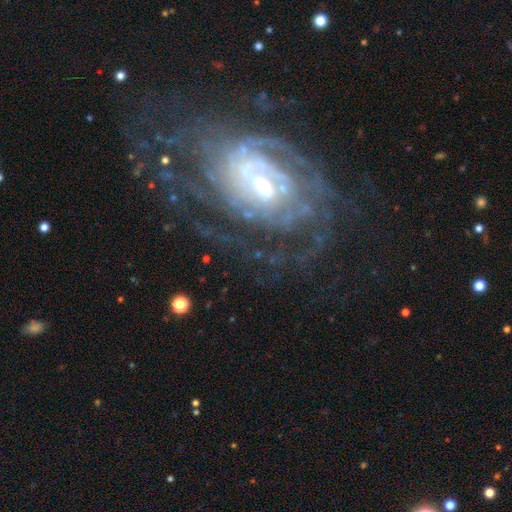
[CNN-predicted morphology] A featured or disk galaxy (84%) with a weak bar (44%), tight (66%) spiral arms (93%) and a moderate central bulge (44%). Merging: none (61%).